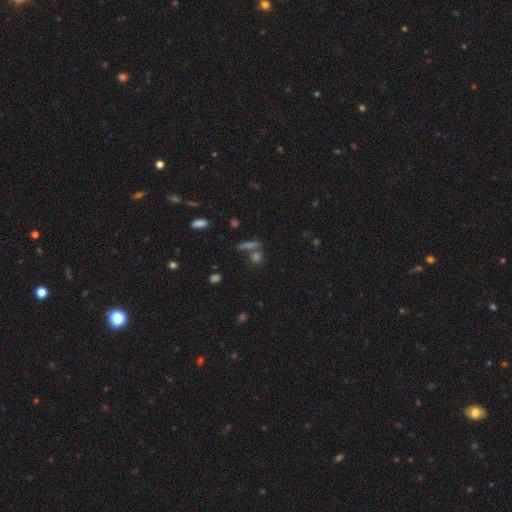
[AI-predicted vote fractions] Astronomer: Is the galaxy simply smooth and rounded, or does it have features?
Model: smooth — 52% (runner-up: star or artifact, 34%).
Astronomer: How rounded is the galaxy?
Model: round — 49% (runner-up: in between, 29%).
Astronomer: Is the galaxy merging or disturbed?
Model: none — 63%.